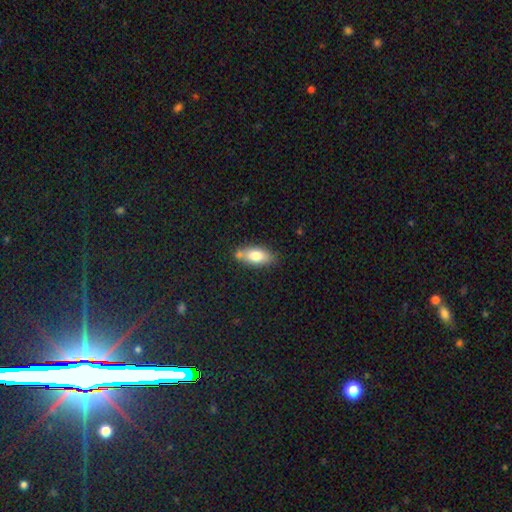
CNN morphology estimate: Smooth or featured? smooth (76%)
How rounded? in between (83%)
Merging? none (66%)